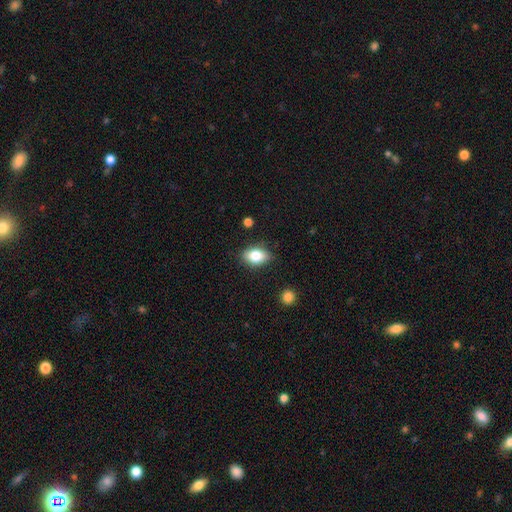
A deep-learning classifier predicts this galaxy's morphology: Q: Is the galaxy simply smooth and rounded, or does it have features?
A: smooth — 79%.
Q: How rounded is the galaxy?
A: in between — 81%.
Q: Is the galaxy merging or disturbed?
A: none — 80%.